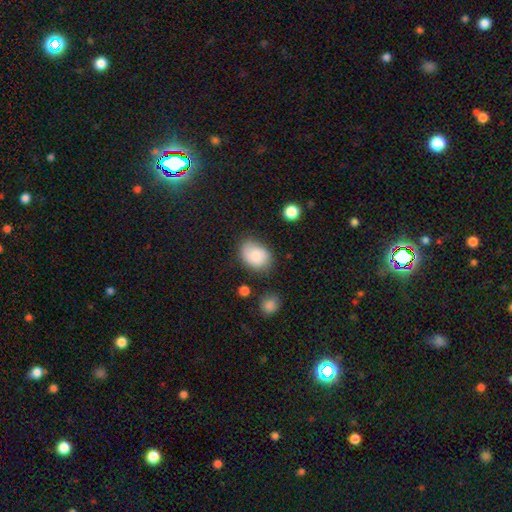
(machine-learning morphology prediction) A smooth galaxy with no disk features (76%) that is in between round and cigar-shaped (70%). Merging: none (66%).